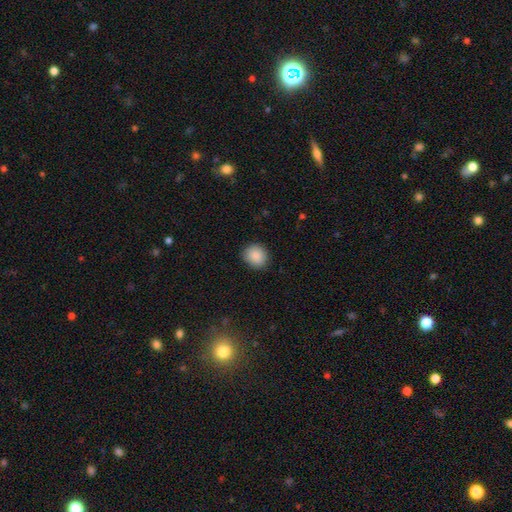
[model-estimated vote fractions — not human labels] A smooth galaxy with no disk features (89%) that is round (75%). Merging: none (87%).